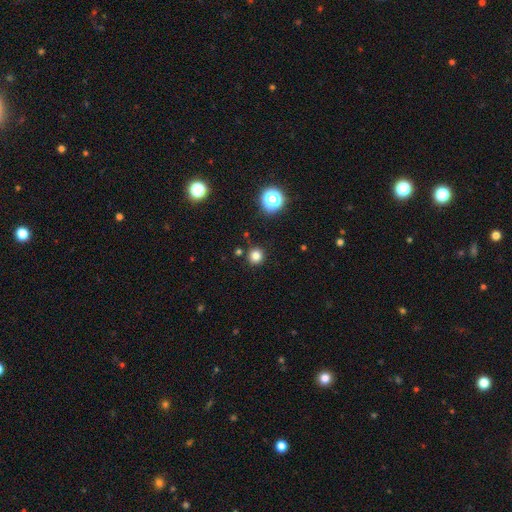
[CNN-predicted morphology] smooth 81%, star or artifact 15%, featured or disk 4%. Down the decision tree: how rounded — round (95%); merging — none (89%).